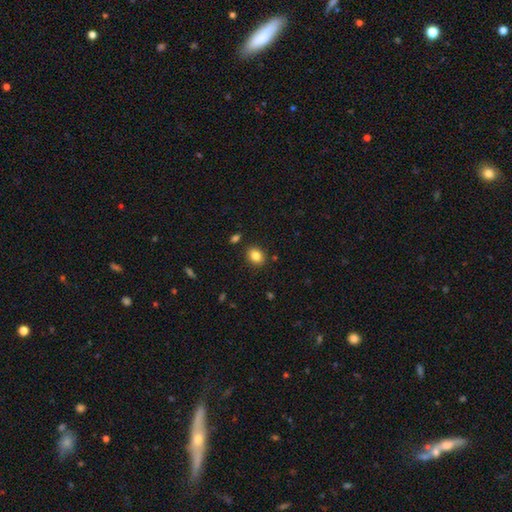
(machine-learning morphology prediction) Smooth or featured?
  - smooth: 84% *
  - star or artifact: 10%
  - featured or disk: 6%
How rounded?
  - round: 50% *
  - in between: 49%
  - cigar-shaped: 1%
Merging?
  - none: 87% *
  - minor disturbance: 8%
  - merger: 3%
  - major disturbance: 2%